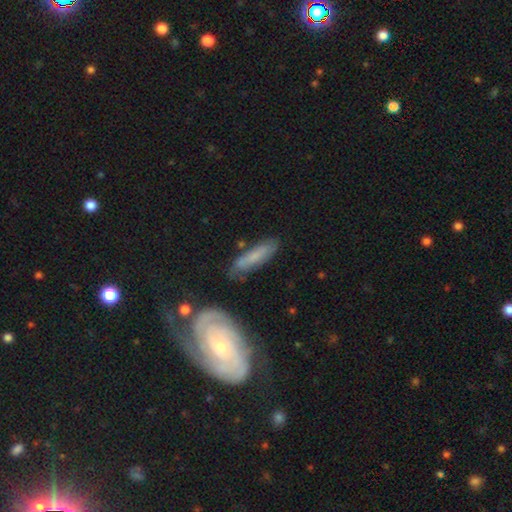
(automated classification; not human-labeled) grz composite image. It shows a smooth galaxy with no disk features (60%) that is cigar-shaped (68%). Merging: none (71%).